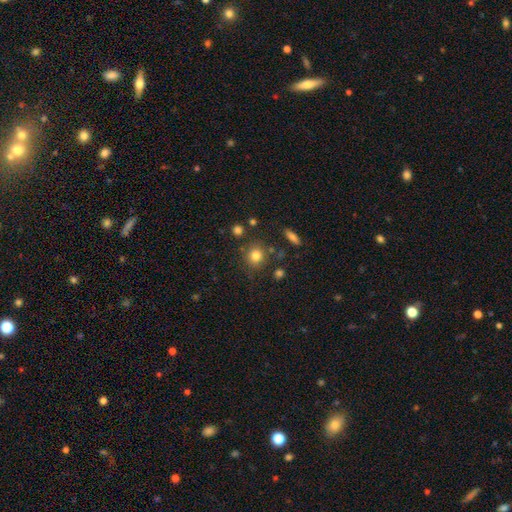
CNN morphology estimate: A smooth galaxy with no disk features (81%) that is round (84%). Merging: none (80%).